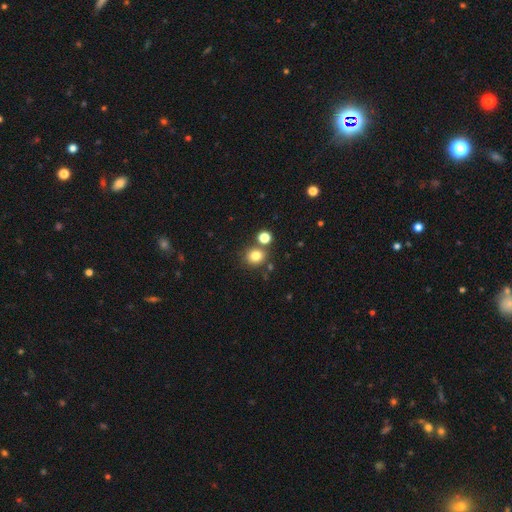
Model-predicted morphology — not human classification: Smooth or featured?
  - smooth: 80% *
  - star or artifact: 14%
  - featured or disk: 7%
How rounded?
  - round: 78% *
  - in between: 21%
  - cigar-shaped: 1%
Merging?
  - none: 73% *
  - merger: 15%
  - minor disturbance: 9%
  - major disturbance: 3%